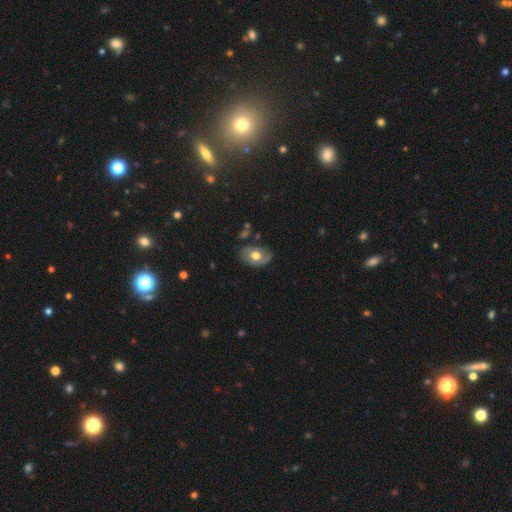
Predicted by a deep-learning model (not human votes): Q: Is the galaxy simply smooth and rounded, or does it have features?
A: smooth — 48%.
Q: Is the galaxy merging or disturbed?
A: none — 69%.